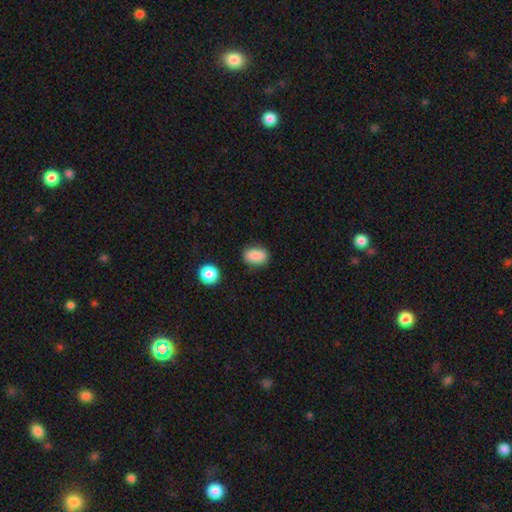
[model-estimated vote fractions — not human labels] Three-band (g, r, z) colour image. It shows a smooth galaxy with no disk features (87%) that is in between round and cigar-shaped (83%). Merging: none (82%).